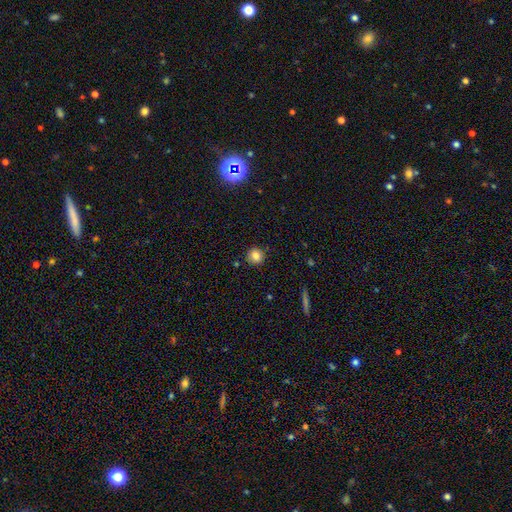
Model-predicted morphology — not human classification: smooth_or_featured: smooth (p=0.83) [alt: star or artifact p=0.11]
how_rounded: round (p=0.90) [alt: in between p=0.09]
merging: none (p=0.87) [alt: minor disturbance p=0.09]